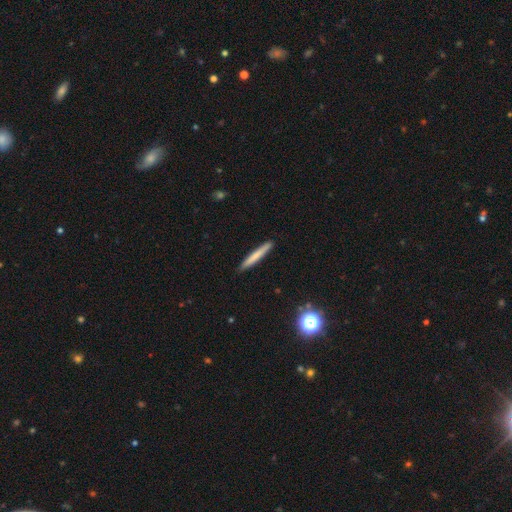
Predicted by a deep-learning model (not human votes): Smooth or featured: smooth — 71% (featured or disk — 23%)
How rounded: cigar-shaped — 96% (in between — 3%)
Merging: none — 90% (minor disturbance — 7%)